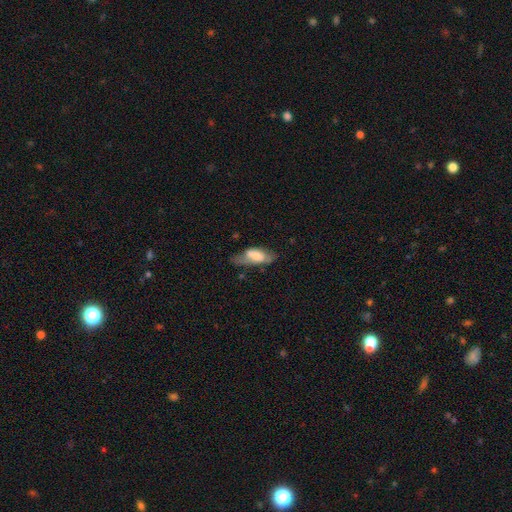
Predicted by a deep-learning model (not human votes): This is likely a smooth galaxy (61%). How rounded: likely in between (79%). Merging: marginally none (42%).